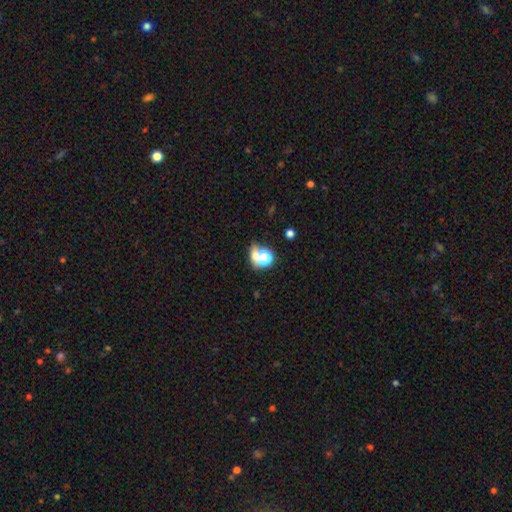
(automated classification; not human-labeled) Q: Smooth or featured?
A: smooth (54%); runner-up: star or artifact (34%)
Q: How rounded?
A: round (71%); runner-up: in between (26%)
Q: Merging?
A: none (50%); runner-up: merger (29%)